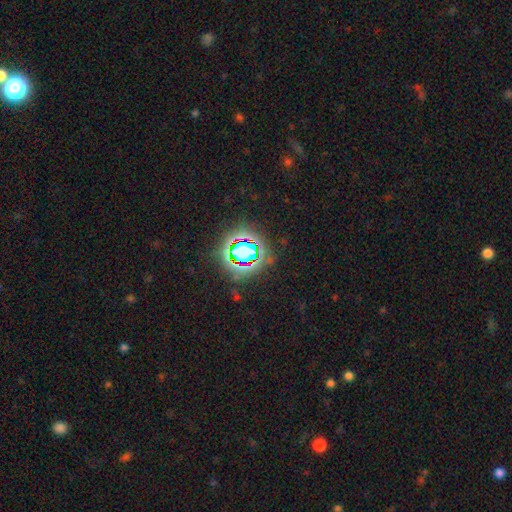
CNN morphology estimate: Overall: star or artifact (78%).